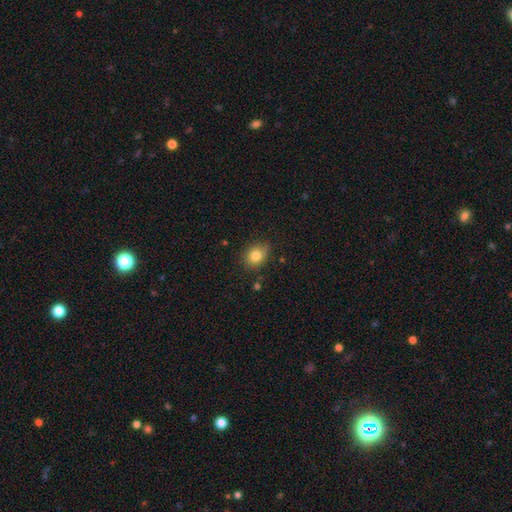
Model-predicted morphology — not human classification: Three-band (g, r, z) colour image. It shows a smooth galaxy with no disk features (82%) that is round (53%). Merging: none (77%).